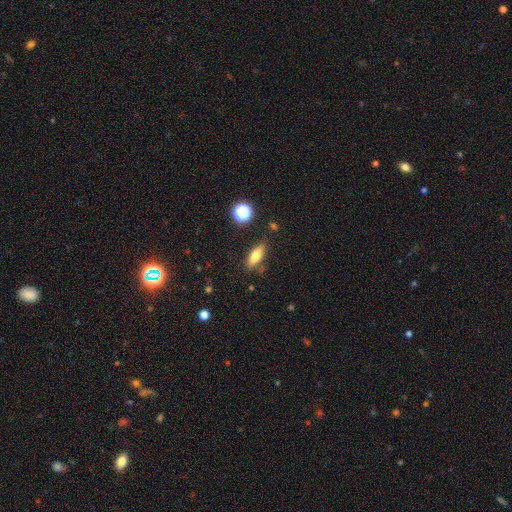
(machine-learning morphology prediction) This appears to be a smooth galaxy with no disk features (68%) that is in between round and cigar-shaped (59%). Merging: none (80%).